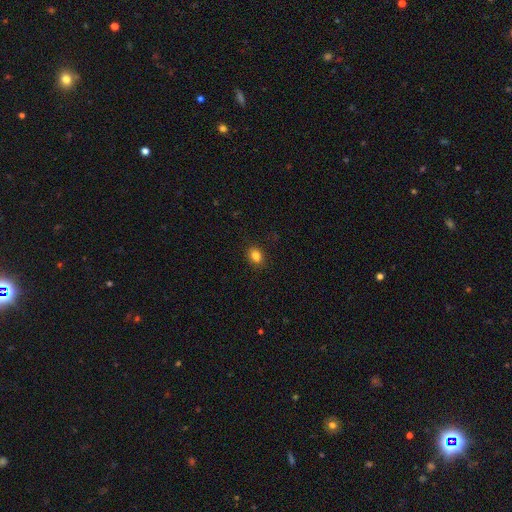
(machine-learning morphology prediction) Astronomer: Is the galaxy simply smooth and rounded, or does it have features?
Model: smooth — 83%.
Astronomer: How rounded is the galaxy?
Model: in between — 53% (runner-up: round, 45%).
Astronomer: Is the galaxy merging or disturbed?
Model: none — 86%.